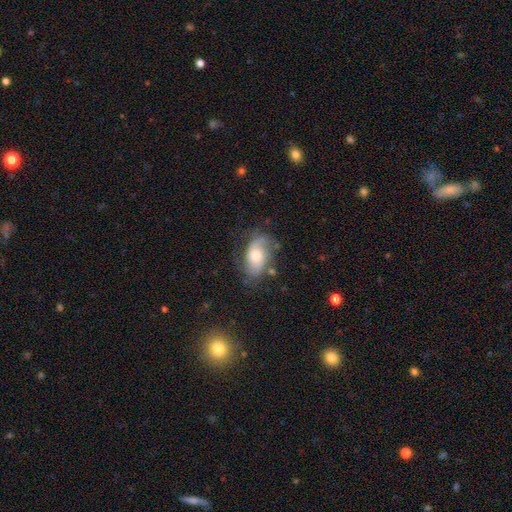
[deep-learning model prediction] Smooth or featured?
  - featured or disk: 51% *
  - smooth: 40%
  - star or artifact: 9%
Edge-on disk?
  - no: 93% *
  - yes: 7%
Merging?
  - none: 60% *
  - minor disturbance: 25%
  - major disturbance: 12%
  - merger: 3%